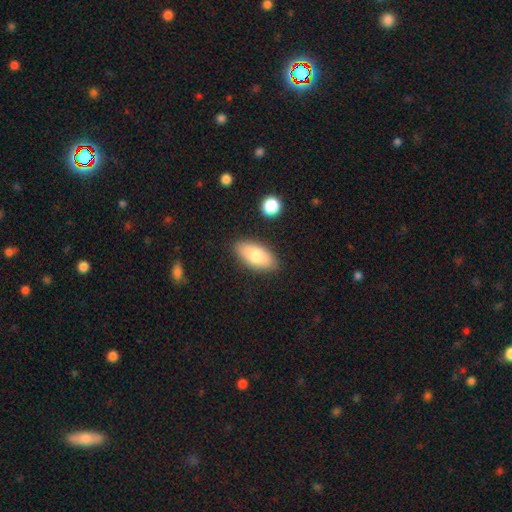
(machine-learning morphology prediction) smooth 76%, featured or disk 17%, star or artifact 6%. Down the decision tree: how rounded — in between (91%); merging — none (85%).